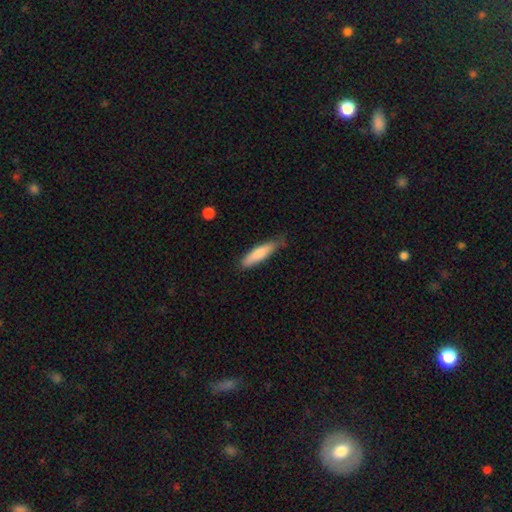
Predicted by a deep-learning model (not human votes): This is likely a smooth galaxy (78%). How rounded: likely cigar-shaped (75%). Merging: likely none (71%).